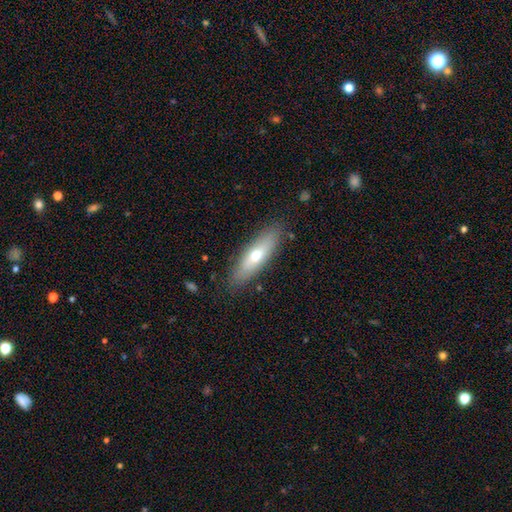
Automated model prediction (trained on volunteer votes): Smooth or featured? smooth (58%)
How rounded? cigar-shaped (55%)
Merging? none (86%)